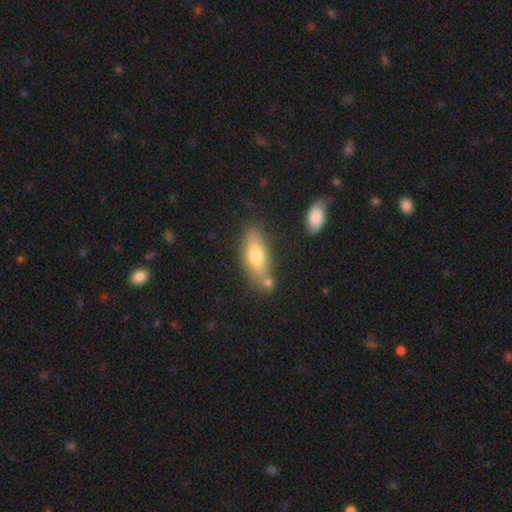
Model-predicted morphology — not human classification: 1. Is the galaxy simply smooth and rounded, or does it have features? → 73% smooth, 20% featured or disk, 7% star or artifact.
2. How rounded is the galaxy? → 71% in between, 26% cigar-shaped, 3% round.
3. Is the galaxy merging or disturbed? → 66% none, 16% minor disturbance, 14% merger, 4% major disturbance.